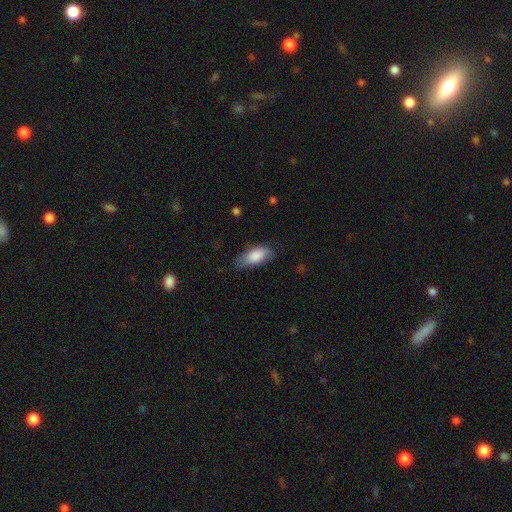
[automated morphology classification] Smooth or featured? Predicted: smooth (p=0.83). How rounded? Predicted: in between (p=0.86). Merging? Predicted: none (p=0.62).